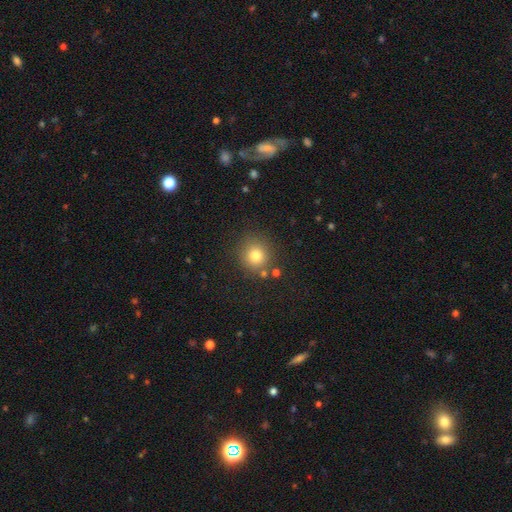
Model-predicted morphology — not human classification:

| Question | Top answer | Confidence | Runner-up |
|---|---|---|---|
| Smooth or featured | smooth | 76% | star or artifact (15%) |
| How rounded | round | 90% | in between (9%) |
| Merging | none | 81% | minor disturbance (9%) |